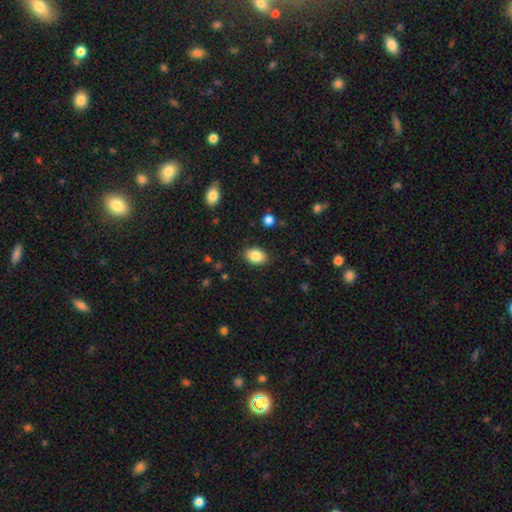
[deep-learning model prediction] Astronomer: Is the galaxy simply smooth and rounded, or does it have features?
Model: smooth — 86%.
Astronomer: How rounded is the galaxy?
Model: in between — 83%.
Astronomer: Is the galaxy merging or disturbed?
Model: none — 87%.